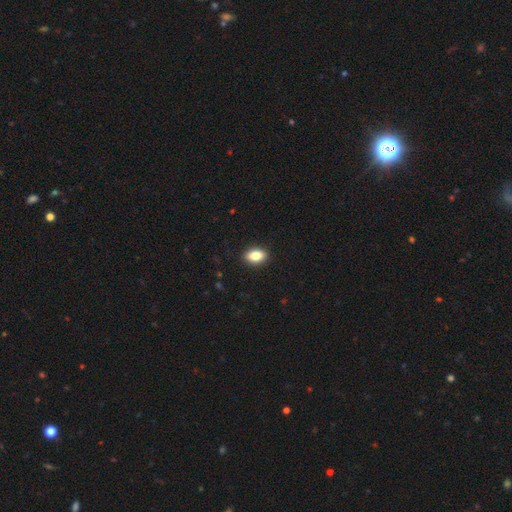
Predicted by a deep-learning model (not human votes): The model was most divided on "how rounded": in between: 86%, round: 11%, cigar-shaped: 2%. More confident: merging — none (90%); smooth or featured — smooth (84%).